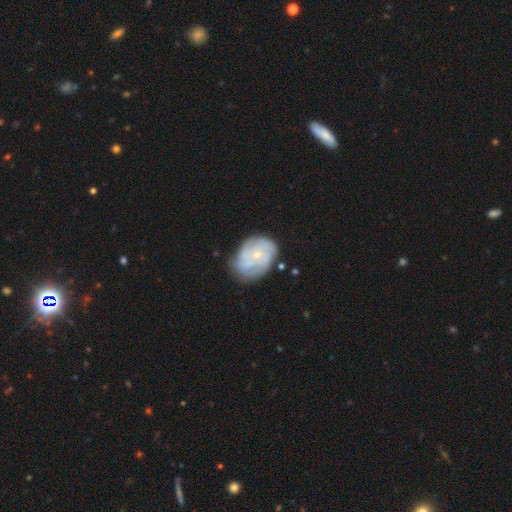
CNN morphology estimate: smooth_or_featured: featured or disk (p=0.65) [alt: smooth p=0.27]
disk_edge_on: no (p=0.97) [alt: yes p=0.03]
bar: no (p=0.82) [alt: weak p=0.15]
has_spiral_arms: yes (p=0.70) [alt: no p=0.30]
bulge_size: small (p=0.73) [alt: moderate p=0.21]
merging: none (p=0.61) [alt: minor disturbance p=0.25]